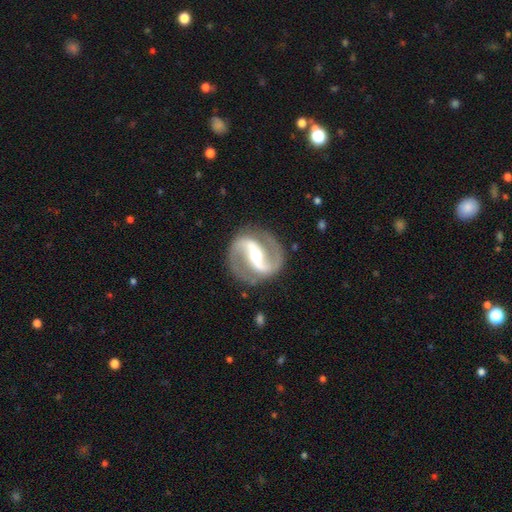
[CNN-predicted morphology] Overall: featured or disk (91%). Edge-on disk: no (97%). Bar: strong (67%). Spiral arms: yes (96%). Spiral arm count: 2 (94%). Spiral winding: medium (55%; tight 26%). Bulge size: moderate (54%; small 40%). Merging: none (86%).